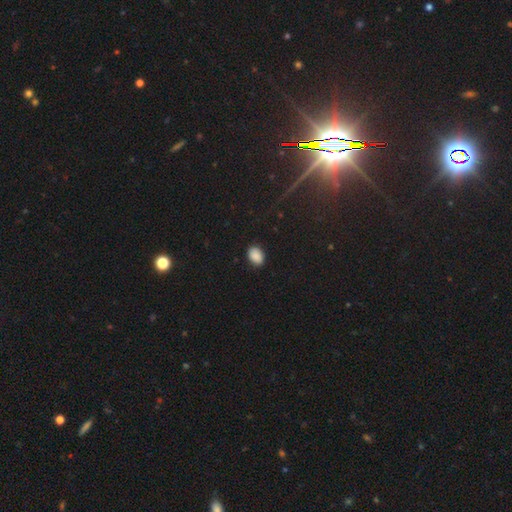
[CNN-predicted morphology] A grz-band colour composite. It shows a smooth galaxy with no disk features (88%) that is in between round and cigar-shaped (79%). Merging: none (87%).